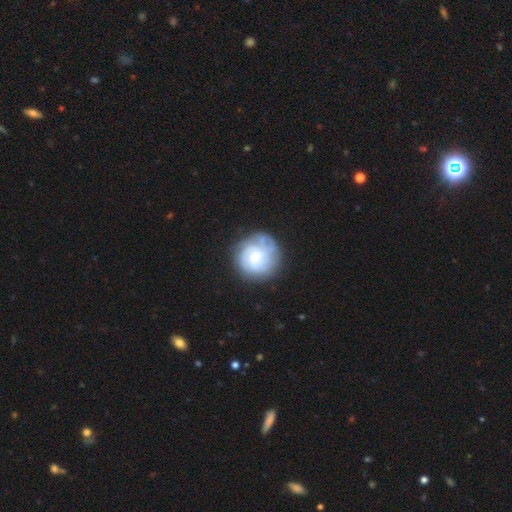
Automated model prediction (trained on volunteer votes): The model was most divided on "smooth or featured": featured or disk: 53%, smooth: 40%, star or artifact: 7%. More confident: edge-on disk — no (98%); spiral arms — yes (76%); bar — no (73%); merging — none (72%); bulge size — small (50%).